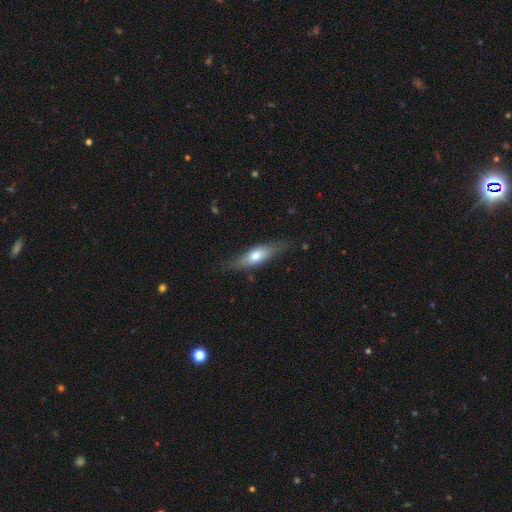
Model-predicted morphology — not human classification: Smooth or featured? Predicted: smooth (p=0.63). How rounded? Predicted: cigar-shaped (p=0.49). Merging? Predicted: none (p=0.77).